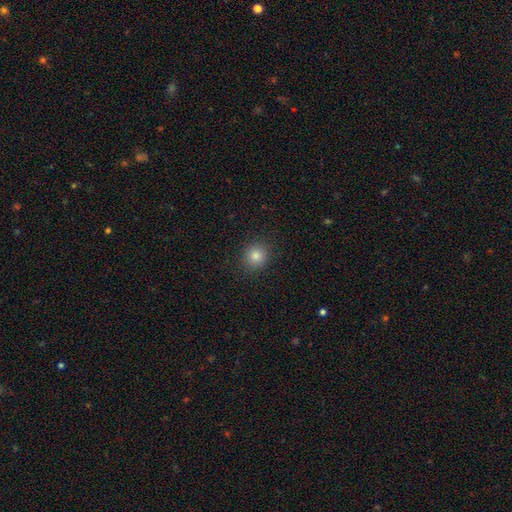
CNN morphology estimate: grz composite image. It shows a smooth galaxy with no disk features (82%) that is round (89%). Merging: none (91%).